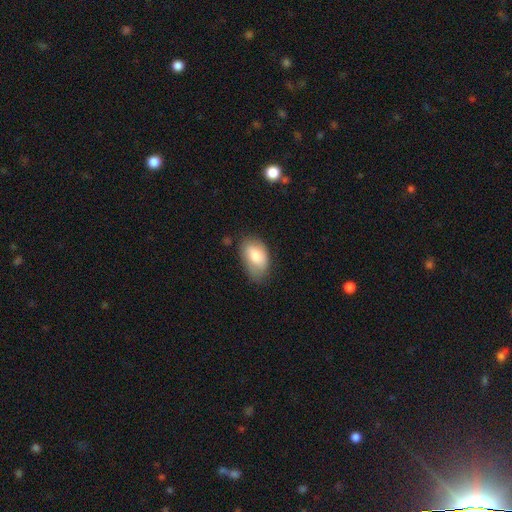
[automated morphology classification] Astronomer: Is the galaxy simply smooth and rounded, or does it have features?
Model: smooth — 79%.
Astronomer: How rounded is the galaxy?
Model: in between — 92%.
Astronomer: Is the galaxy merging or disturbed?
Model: none — 59%.